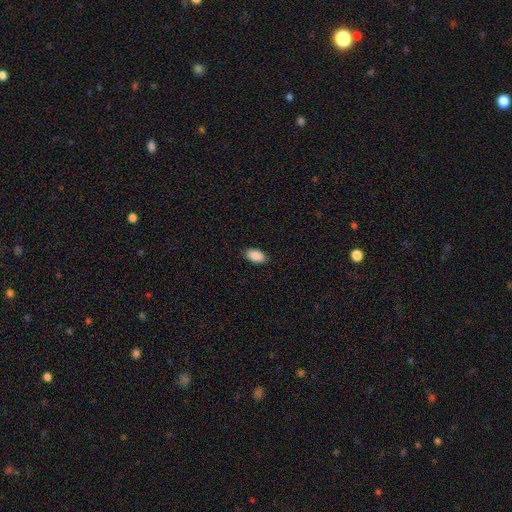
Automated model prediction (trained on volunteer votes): Smooth or featured? Predicted: smooth (p=0.90). How rounded? Predicted: in between (p=0.94). Merging? Predicted: none (p=0.87).